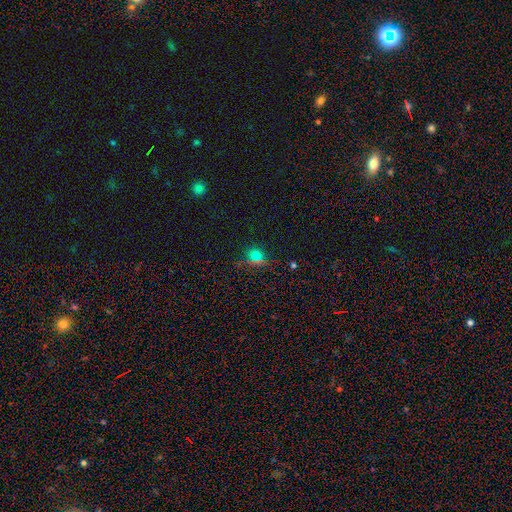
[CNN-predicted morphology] This is possibly a smooth galaxy (58%). How rounded: clearly round (82%). Merging: likely none (75%).